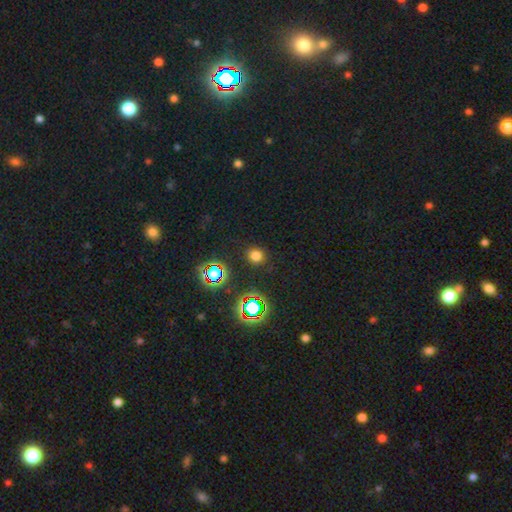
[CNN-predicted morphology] type=smooth (69%); roundness=round (88%); merging=none (89%).